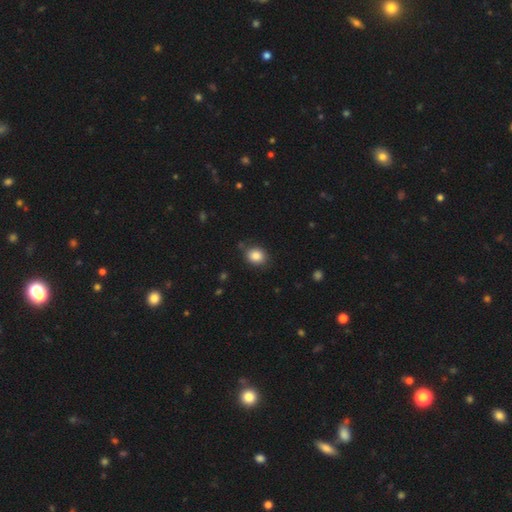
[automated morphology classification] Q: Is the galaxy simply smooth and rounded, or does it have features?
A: smooth — 86%.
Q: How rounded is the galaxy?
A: round — 59%.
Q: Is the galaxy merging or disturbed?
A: none — 82%.